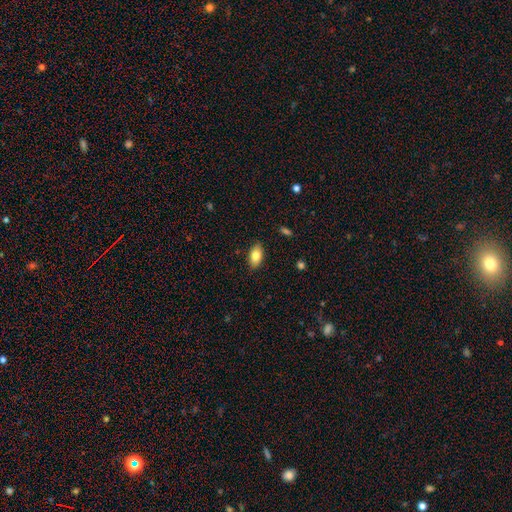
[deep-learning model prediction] The model was most divided on "smooth or featured": smooth: 81%, featured or disk: 12%, star or artifact: 7%. More confident: how rounded — in between (92%); merging — none (88%).